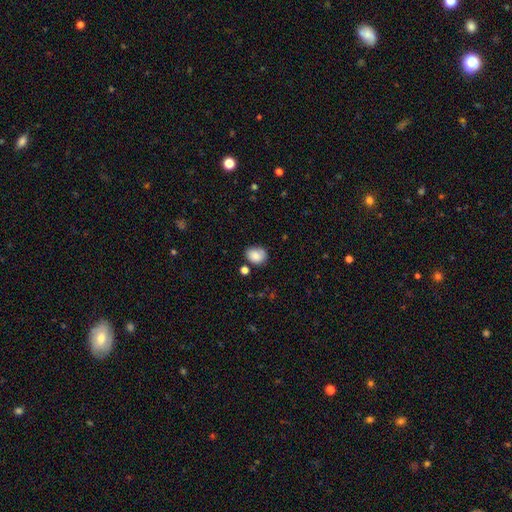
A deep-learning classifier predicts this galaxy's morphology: Q: Smooth or featured?
A: smooth (82%); runner-up: featured or disk (9%)
Q: How rounded?
A: in between (50%); runner-up: round (49%)
Q: Merging?
A: none (66%); runner-up: minor disturbance (22%)